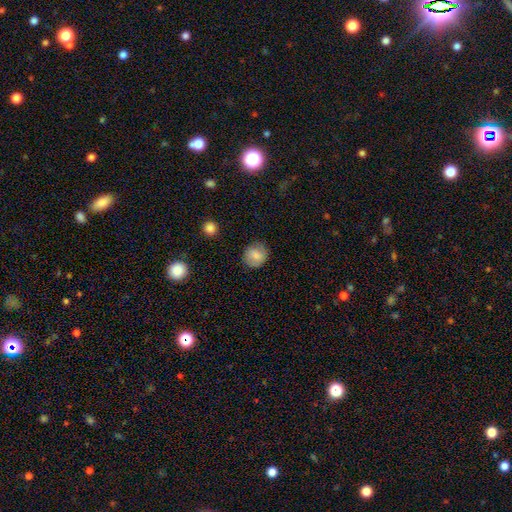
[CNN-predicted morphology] smooth_or_featured: smooth (p=0.82) [alt: featured or disk p=0.10]
how_rounded: round (p=0.84) [alt: in between p=0.15]
merging: none (p=0.82) [alt: minor disturbance p=0.14]